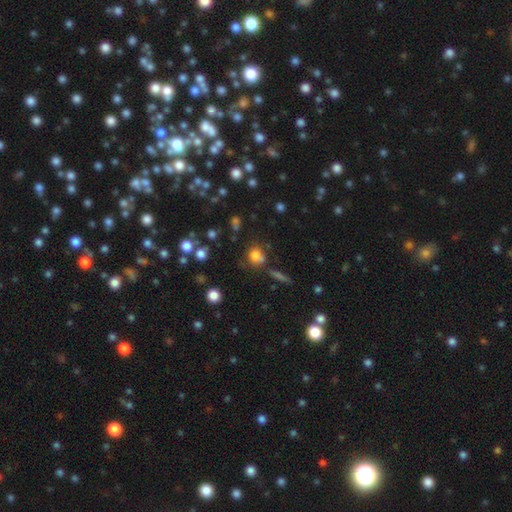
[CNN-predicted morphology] smooth 76%, star or artifact 15%, featured or disk 9%. Down the decision tree: how rounded — round (68%); merging — none (60%).